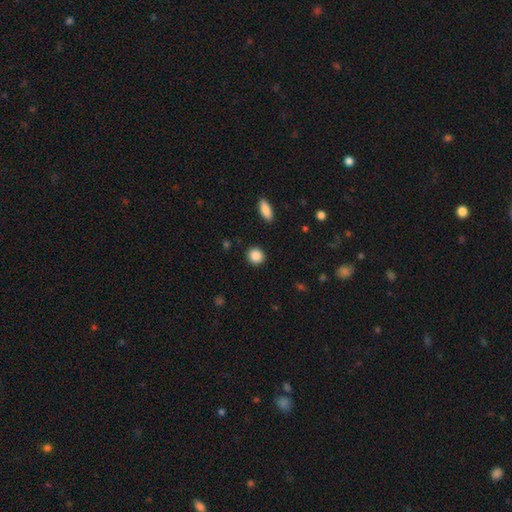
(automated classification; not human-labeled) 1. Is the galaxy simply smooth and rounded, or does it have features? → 88% smooth, 9% star or artifact, 3% featured or disk.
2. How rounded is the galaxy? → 86% round, 13% in between, 1% cigar-shaped.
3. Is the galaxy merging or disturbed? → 91% none, 6% minor disturbance, 2% major disturbance, 1% merger.